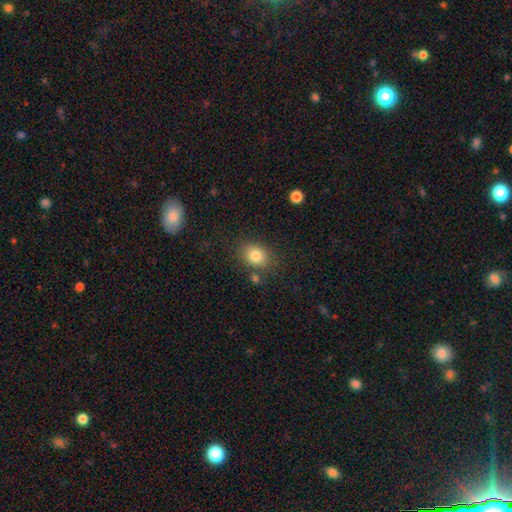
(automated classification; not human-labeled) smooth 82%, star or artifact 10%, featured or disk 8%. Down the decision tree: how rounded — in between (56%); merging — none (77%).